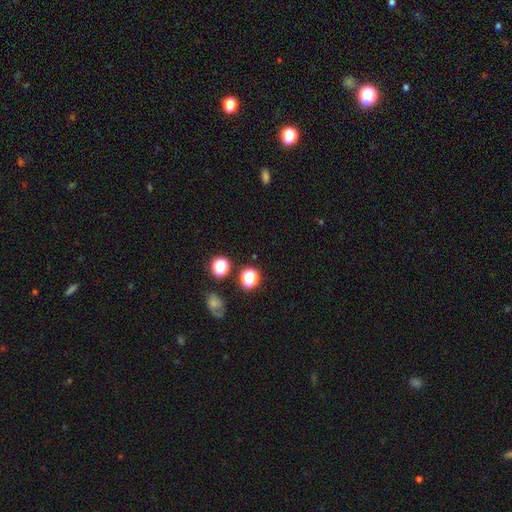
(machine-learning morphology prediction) Smooth or featured: star or artifact — 58% (smooth — 33%)